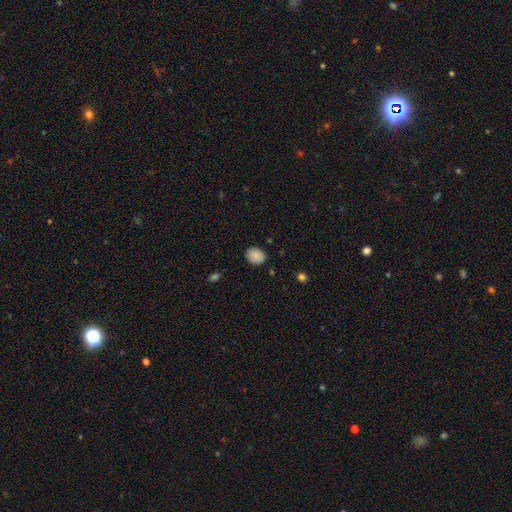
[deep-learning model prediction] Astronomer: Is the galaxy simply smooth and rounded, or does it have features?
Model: smooth — 85%.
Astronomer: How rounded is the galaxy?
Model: round — 51% (runner-up: in between, 48%).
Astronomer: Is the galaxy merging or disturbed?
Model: none — 84%.